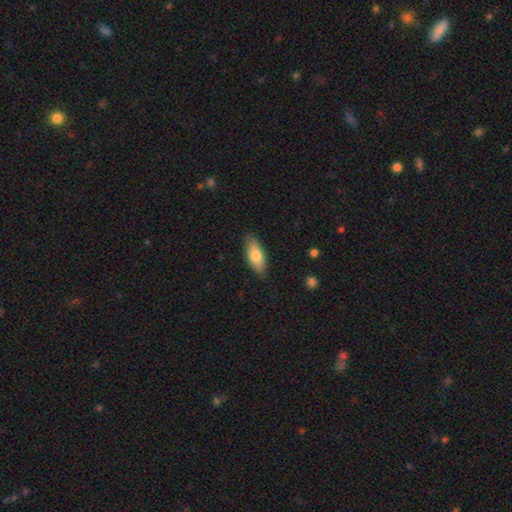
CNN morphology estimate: Smooth or featured: smooth — 75% (featured or disk — 19%)
How rounded: in between — 77% (cigar-shaped — 21%)
Merging: none — 84% (minor disturbance — 13%)